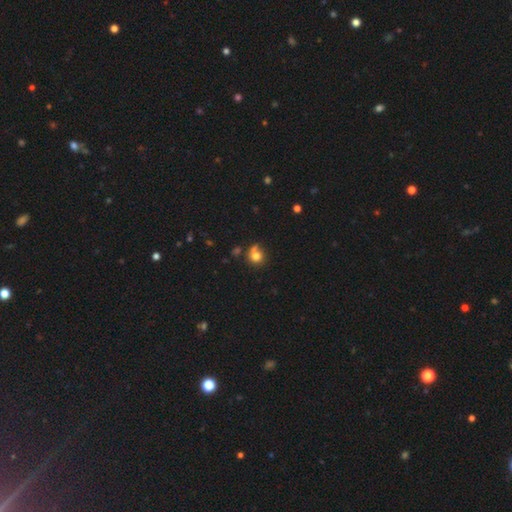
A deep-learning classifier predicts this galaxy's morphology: Smooth or featured? smooth (77%)
How rounded? round (83%)
Merging? none (52%)